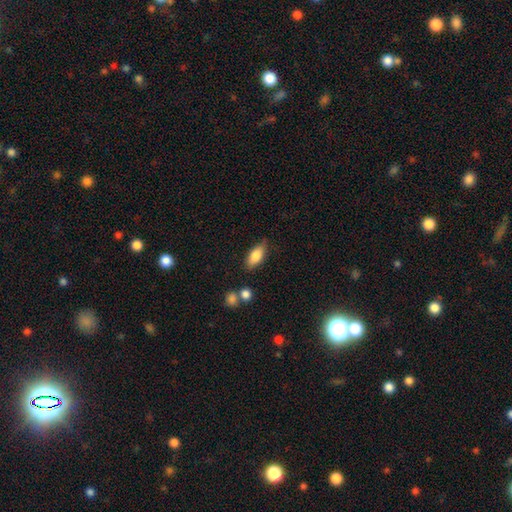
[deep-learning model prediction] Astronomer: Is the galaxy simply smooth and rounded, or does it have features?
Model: smooth — 79%.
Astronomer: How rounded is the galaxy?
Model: in between — 83%.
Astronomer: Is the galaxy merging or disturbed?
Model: none — 76%.